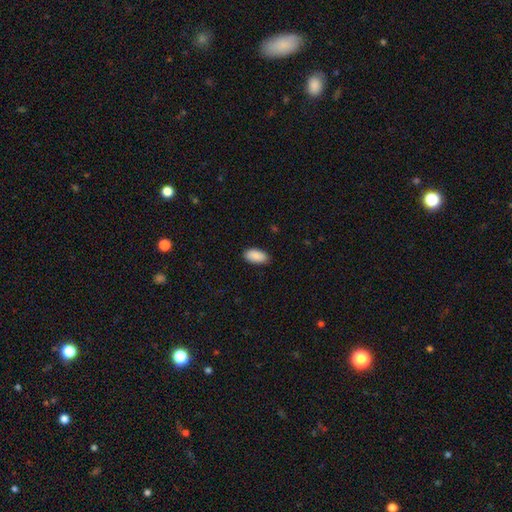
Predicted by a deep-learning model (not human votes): Smooth or featured? smooth (91%)
How rounded? in between (95%)
Merging? none (85%)